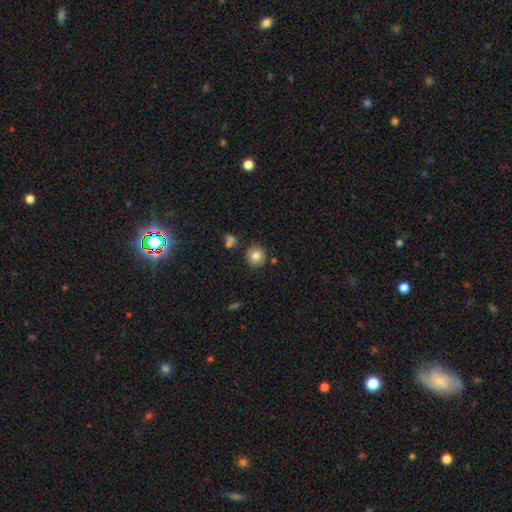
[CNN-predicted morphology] The model was most divided on "smooth or featured": smooth: 80%, featured or disk: 10%, star or artifact: 10%. More confident: how rounded — round (89%); merging — none (83%).